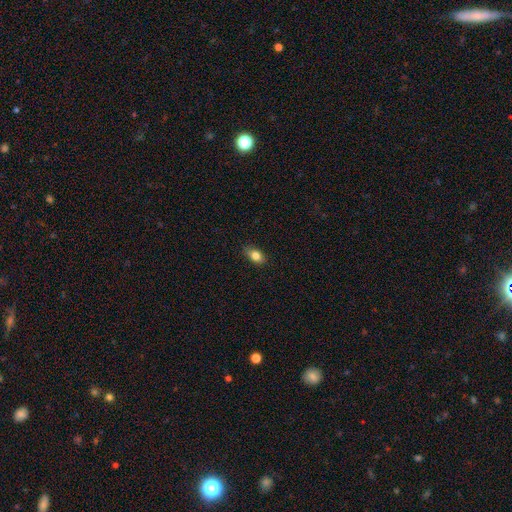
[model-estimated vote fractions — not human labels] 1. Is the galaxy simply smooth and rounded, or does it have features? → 82% smooth, 9% star or artifact, 9% featured or disk.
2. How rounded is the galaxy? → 81% in between, 16% round, 3% cigar-shaped.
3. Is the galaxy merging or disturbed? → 84% none, 13% minor disturbance, 2% major disturbance, 1% merger.